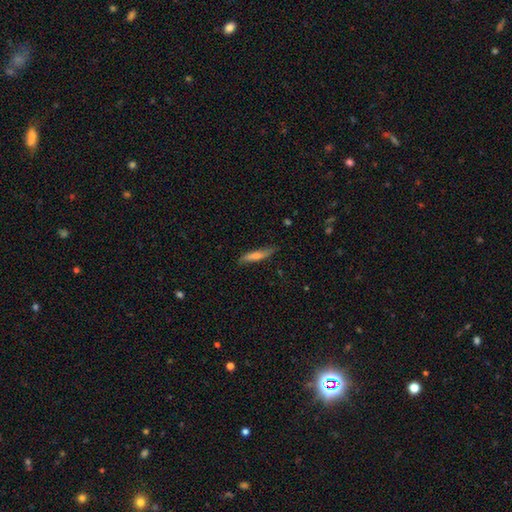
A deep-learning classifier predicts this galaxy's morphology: This appears to be a smooth galaxy with no disk features (55%) that is cigar-shaped (87%). Merging: none (79%).